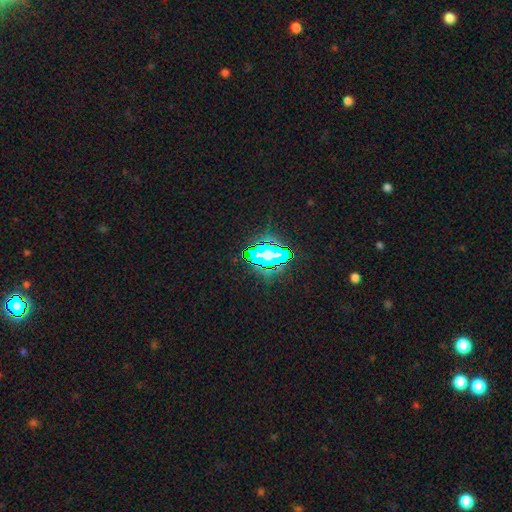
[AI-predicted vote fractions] smooth_or_featured: star or artifact (p=0.71) [alt: smooth p=0.18]